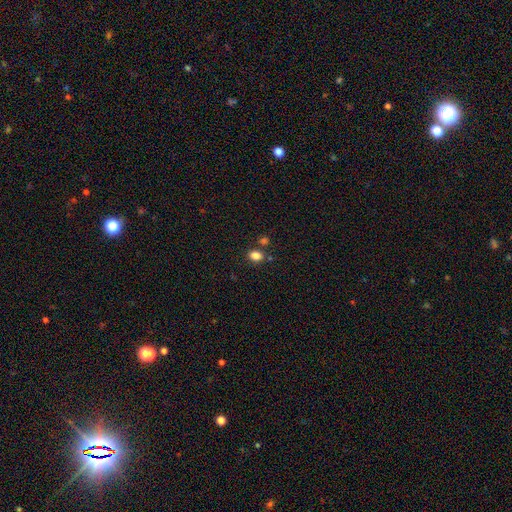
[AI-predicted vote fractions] smooth-or-featured: smooth: 83% | star or artifact: 12% | featured or disk: 5%
  how-rounded: in between: 67% | round: 32% | cigar-shaped: 1%
  merging: none: 75% | merger: 11% | minor disturbance: 11% | major disturbance: 3%